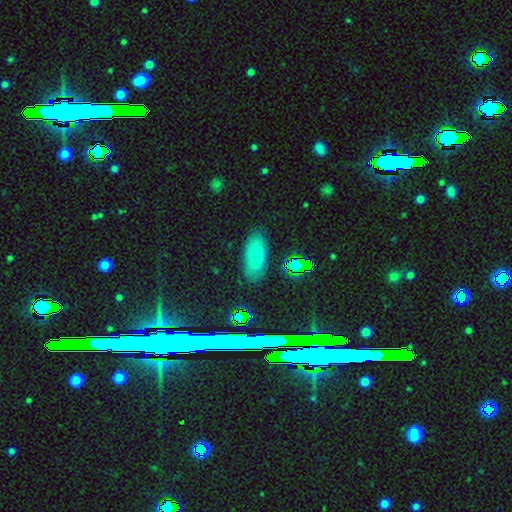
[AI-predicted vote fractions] Smooth or featured? Predicted: smooth (p=0.64). How rounded? Predicted: in between (p=0.81). Merging? Predicted: none (p=0.85).